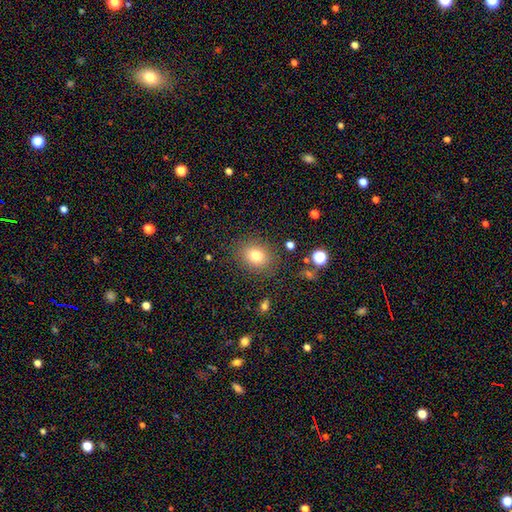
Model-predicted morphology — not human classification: A smooth galaxy with no disk features (79%) that is round (54%). Merging: none (83%).